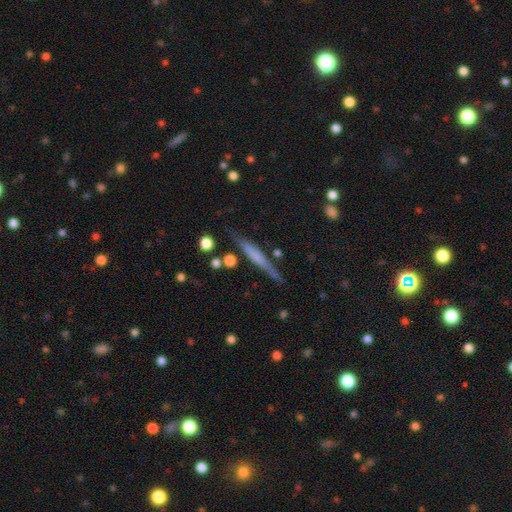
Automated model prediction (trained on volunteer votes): A featured or disk galaxy (53%) viewed edge-on (95%) with no central bulge (56%). Merging: none (81%).